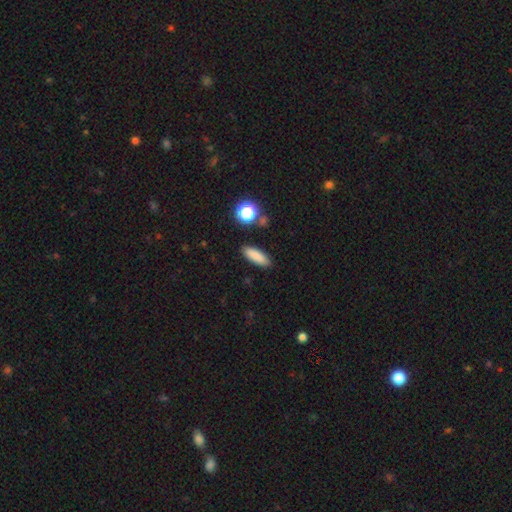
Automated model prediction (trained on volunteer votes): smooth 84%, star or artifact 10%, featured or disk 6%. Down the decision tree: how rounded — in between (56%); merging — none (88%).